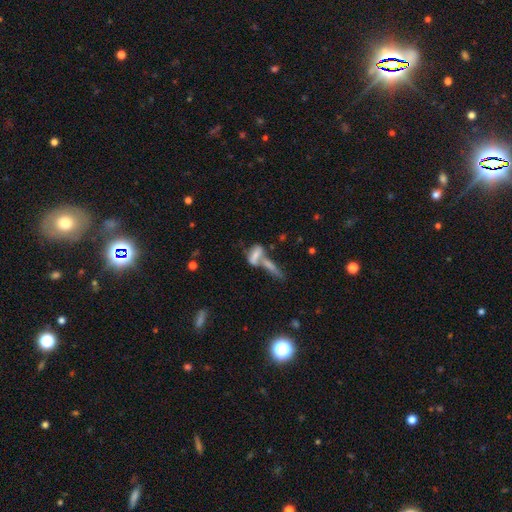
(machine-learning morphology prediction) smooth 55%, featured or disk 33%, star or artifact 11%. Down the decision tree: how rounded — in between (60%); merging — merger (65%).